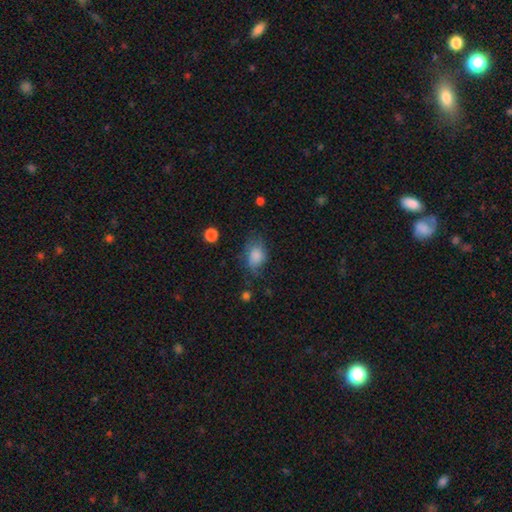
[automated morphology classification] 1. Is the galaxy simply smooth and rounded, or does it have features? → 78% smooth, 12% featured or disk, 10% star or artifact.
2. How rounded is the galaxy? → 71% in between, 28% round, 1% cigar-shaped.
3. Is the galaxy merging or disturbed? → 50% none, 31% minor disturbance, 17% major disturbance, 2% merger.